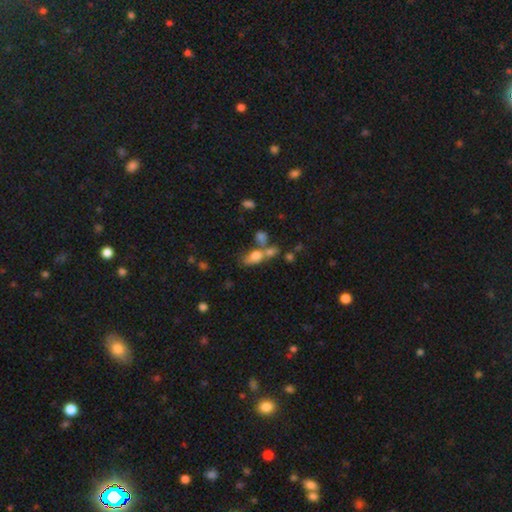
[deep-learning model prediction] Smooth or featured? Predicted: smooth (p=0.68). How rounded? Predicted: in between (p=0.75). Merging? Predicted: merger (p=0.45).